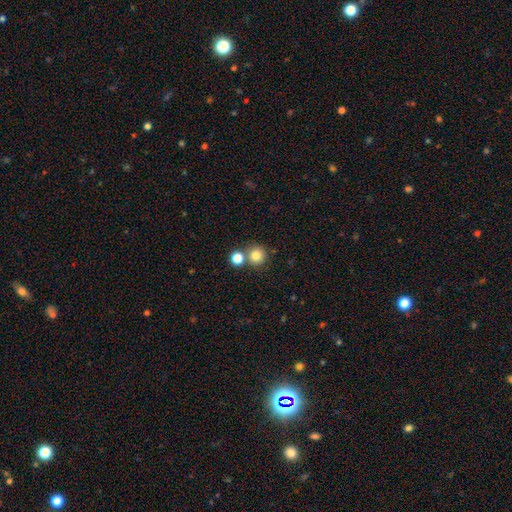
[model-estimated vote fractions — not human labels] A smooth galaxy with no disk features (81%) that is round (93%). Merging: none (68%).